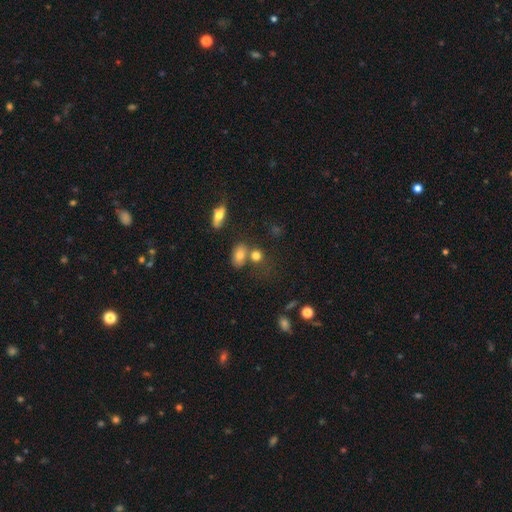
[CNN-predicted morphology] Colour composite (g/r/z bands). It shows a smooth galaxy with no disk features (76%) that is round (51%). Merging: none (52%).